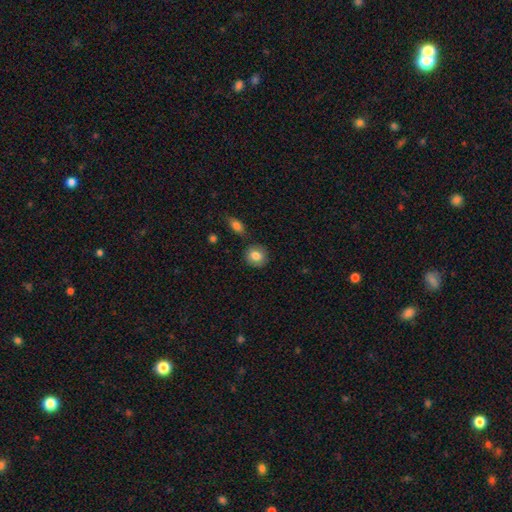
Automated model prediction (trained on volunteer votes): smooth_or_featured: smooth (p=0.83) [alt: featured or disk p=0.09]
how_rounded: round (p=0.81) [alt: in between p=0.18]
merging: none (p=0.83) [alt: minor disturbance p=0.10]